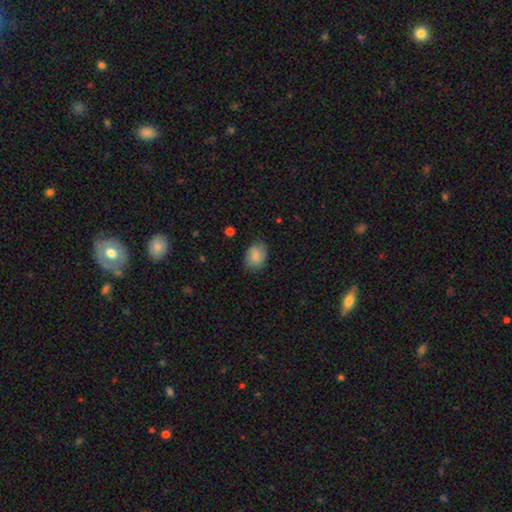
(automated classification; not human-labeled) smooth_or_featured: smooth (p=0.80) [alt: featured or disk p=0.12]
how_rounded: in between (p=0.70) [alt: round p=0.29]
merging: none (p=0.74) [alt: minor disturbance p=0.20]